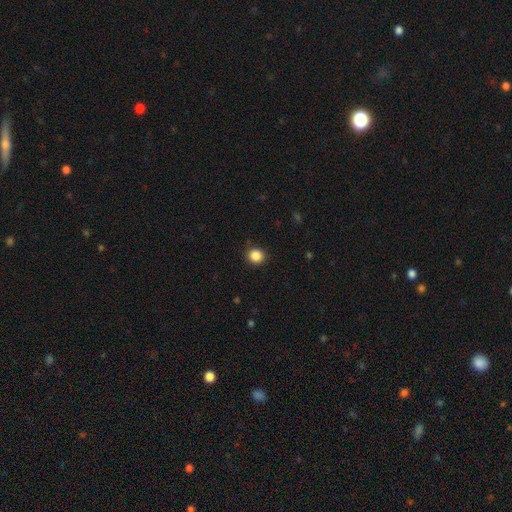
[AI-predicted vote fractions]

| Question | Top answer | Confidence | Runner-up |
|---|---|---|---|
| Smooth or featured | smooth | 87% | star or artifact (10%) |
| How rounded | round | 90% | in between (9%) |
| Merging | none | 89% | minor disturbance (8%) |